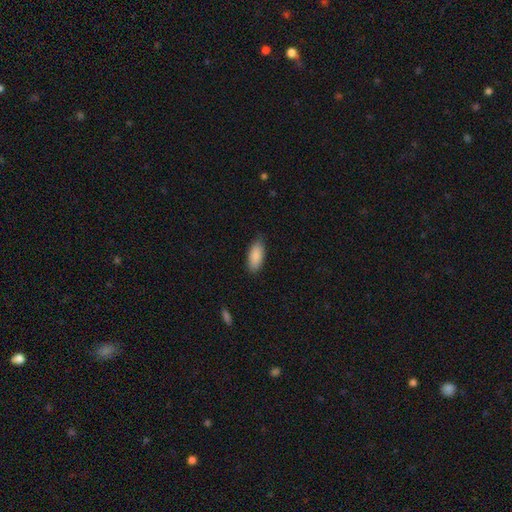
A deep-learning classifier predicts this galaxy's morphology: Smooth or featured? Predicted: smooth (p=0.89). How rounded? Predicted: in between (p=0.85). Merging? Predicted: none (p=0.83).